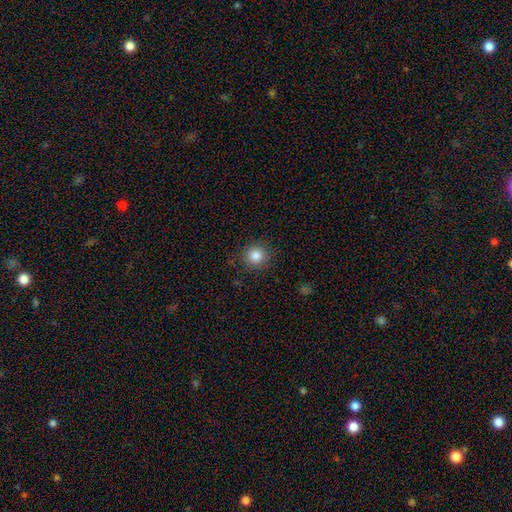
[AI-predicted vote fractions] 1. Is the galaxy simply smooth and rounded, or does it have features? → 85% smooth, 10% star or artifact, 5% featured or disk.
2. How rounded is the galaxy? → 93% round, 6% in between, 1% cigar-shaped.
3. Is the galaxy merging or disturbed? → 89% none, 7% minor disturbance, 3% major disturbance, 1% merger.